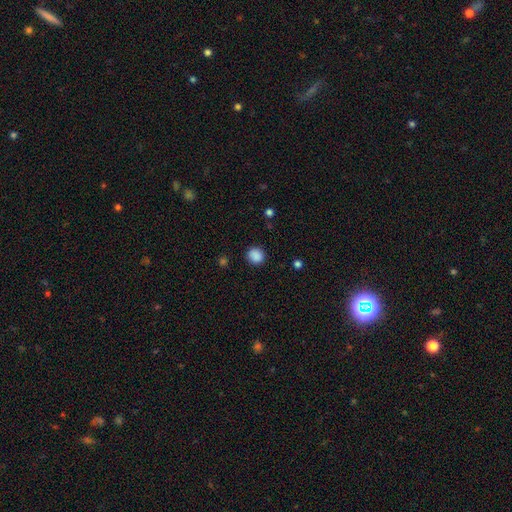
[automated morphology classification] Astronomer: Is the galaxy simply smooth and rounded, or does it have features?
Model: smooth — 87%.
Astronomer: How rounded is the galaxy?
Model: round — 84%.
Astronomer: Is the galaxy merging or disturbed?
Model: none — 87%.